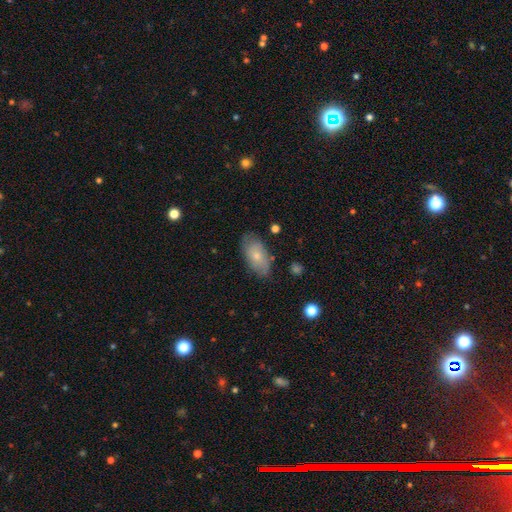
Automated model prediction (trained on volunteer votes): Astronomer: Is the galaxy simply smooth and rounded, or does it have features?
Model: smooth — 61%.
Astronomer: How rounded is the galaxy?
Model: in between — 92%.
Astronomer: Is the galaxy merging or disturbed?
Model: none — 77%.